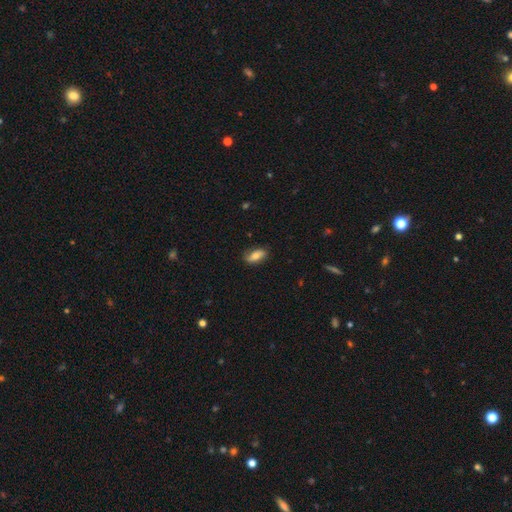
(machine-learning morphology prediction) Smooth or featured? Predicted: smooth (p=0.68). How rounded? Predicted: in between (p=0.85). Merging? Predicted: none (p=0.81).